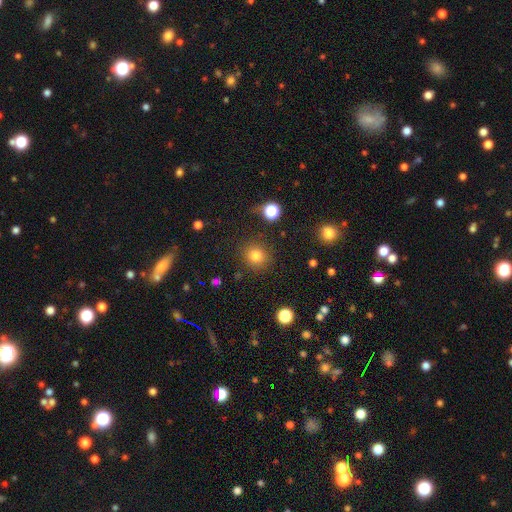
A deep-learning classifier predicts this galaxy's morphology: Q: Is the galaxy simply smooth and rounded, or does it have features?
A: smooth — 80%.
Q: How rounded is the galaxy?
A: round — 89%.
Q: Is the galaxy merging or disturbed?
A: none — 87%.